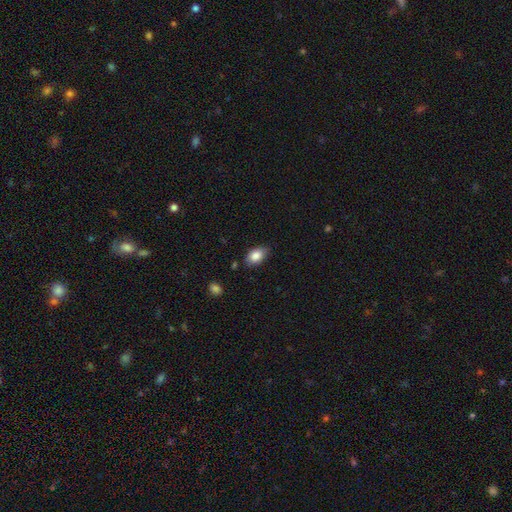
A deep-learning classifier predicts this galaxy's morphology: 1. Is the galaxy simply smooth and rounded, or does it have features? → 84% smooth, 8% featured or disk, 8% star or artifact.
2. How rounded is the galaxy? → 87% in between, 12% round, 2% cigar-shaped.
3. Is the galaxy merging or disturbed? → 77% none, 19% minor disturbance, 3% major disturbance, 2% merger.